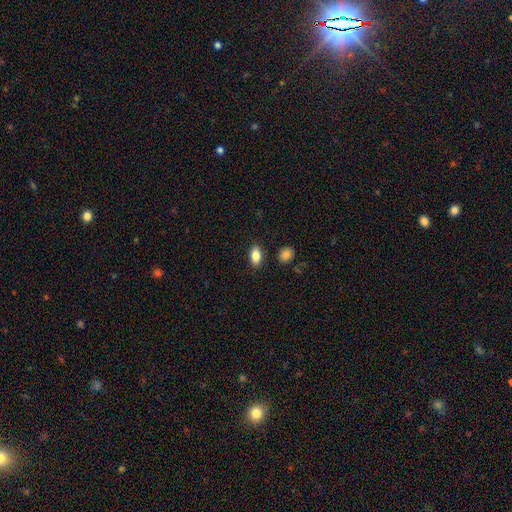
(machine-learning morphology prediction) smooth-or-featured: smooth: 85% | star or artifact: 8% | featured or disk: 7%
  how-rounded: in between: 89% | round: 6% | cigar-shaped: 5%
  merging: none: 87% | minor disturbance: 9% | merger: 2% | major disturbance: 2%